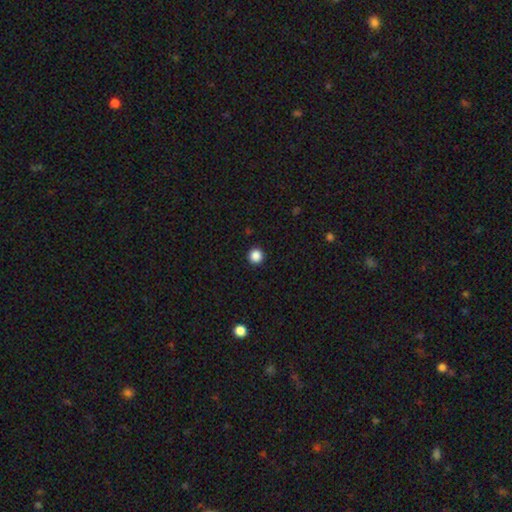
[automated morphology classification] The model was most divided on "smooth or featured": smooth: 87%, star or artifact: 11%, featured or disk: 2%. More confident: how rounded — round (96%); merging — none (93%).